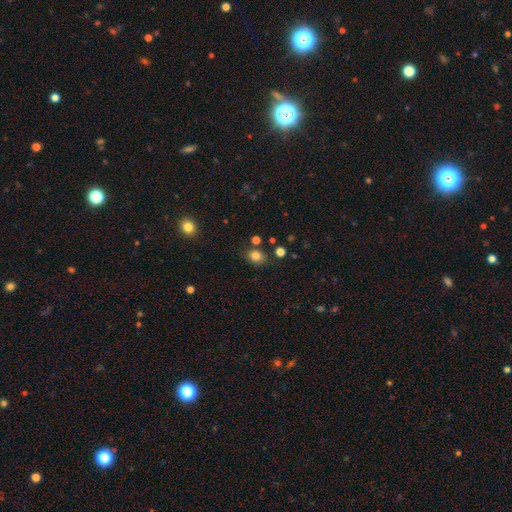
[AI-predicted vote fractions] smooth_or_featured: smooth (p=0.81) [alt: star or artifact p=0.13]
how_rounded: in between (p=0.54) [alt: round p=0.44]
merging: none (p=0.75) [alt: minor disturbance p=0.15]